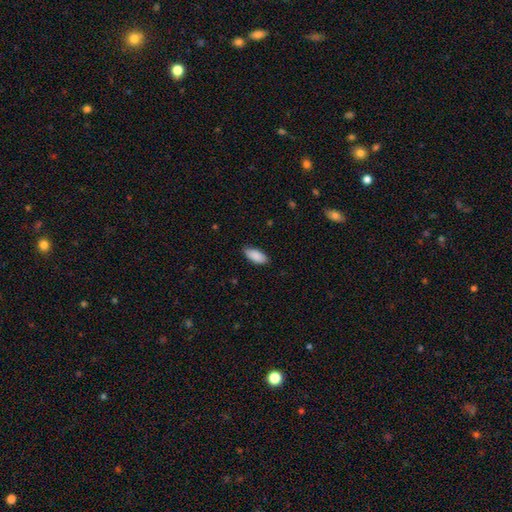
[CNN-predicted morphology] Smooth or featured?
  - smooth: 89% *
  - star or artifact: 6%
  - featured or disk: 5%
How rounded?
  - in between: 88% *
  - cigar-shaped: 10%
  - round: 2%
Merging?
  - none: 83% *
  - minor disturbance: 14%
  - major disturbance: 2%
  - merger: 1%